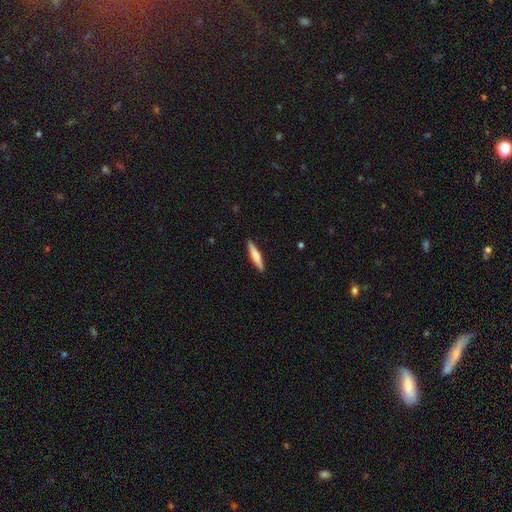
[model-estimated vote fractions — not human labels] Smooth or featured?
  - smooth: 54% *
  - featured or disk: 41%
  - star or artifact: 5%
How rounded?
  - cigar-shaped: 86% *
  - in between: 13%
  - round: 2%
Merging?
  - none: 91% *
  - minor disturbance: 6%
  - major disturbance: 1%
  - merger: 1%